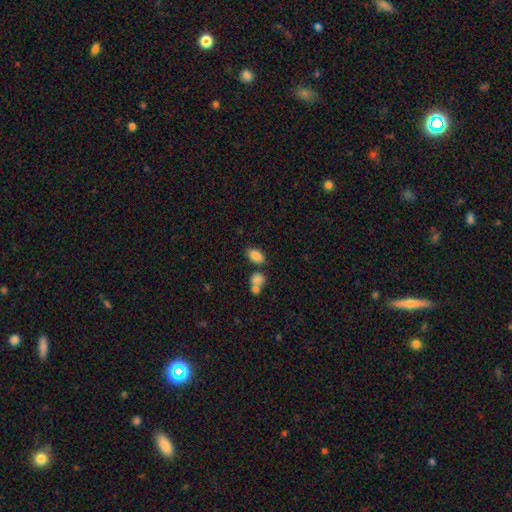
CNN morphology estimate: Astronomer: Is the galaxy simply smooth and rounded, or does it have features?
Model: smooth — 84%.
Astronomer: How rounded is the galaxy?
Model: in between — 90%.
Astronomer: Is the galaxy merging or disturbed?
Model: none — 69%.